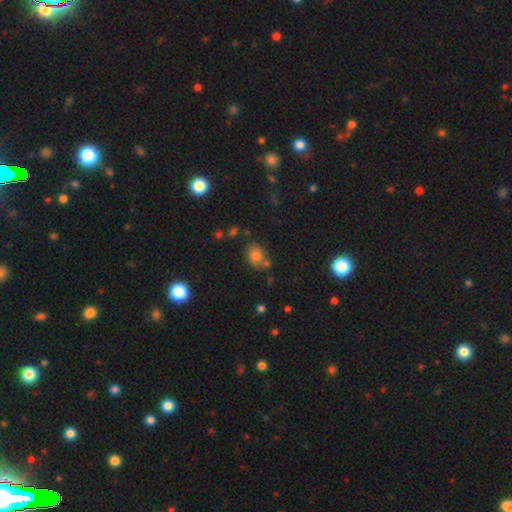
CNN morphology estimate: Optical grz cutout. It shows a smooth galaxy with no disk features (76%) that is in between round and cigar-shaped (57%). Merging: none (63%).